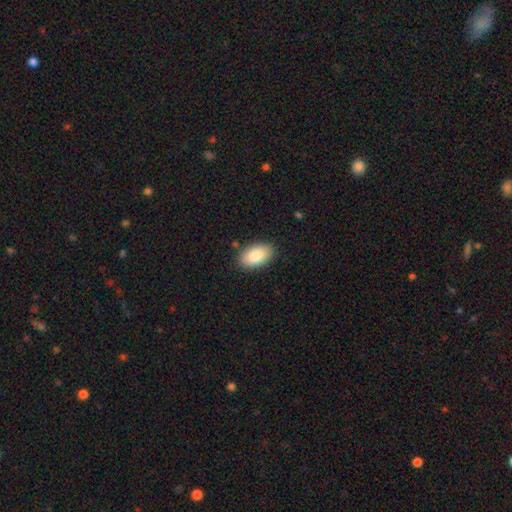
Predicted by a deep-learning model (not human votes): Q: Smooth or featured?
A: smooth (86%); runner-up: featured or disk (8%)
Q: How rounded?
A: in between (95%); runner-up: round (4%)
Q: Merging?
A: none (87%); runner-up: minor disturbance (10%)